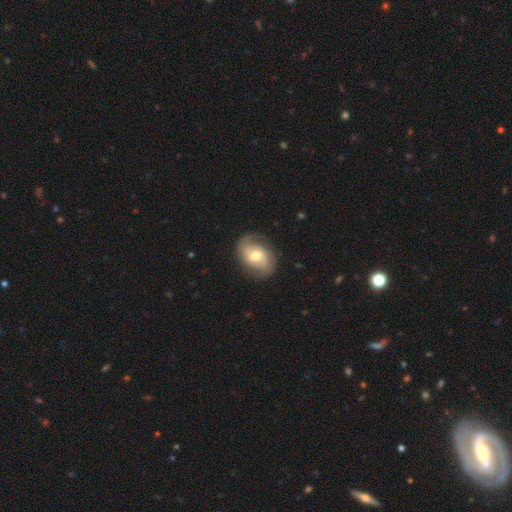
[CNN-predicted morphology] A featured or disk galaxy (61%) with no bar (54%), spiral arms (83%) and a moderate central bulge (68%).

Vote fractions:
- Smooth or featured? featured or disk: 61% / smooth: 33% / star or artifact: 6%
- Edge-on disk? no: 96% / yes: 4%
- Bar? no: 54% / weak: 37% / strong: 9%
- Spiral arms? yes: 83% / no: 17%
- Bulge size? moderate: 68% / small: 20% / large: 9% / dominant: 1% / none: 1%
- Merging? none: 79% / minor disturbance: 14% / major disturbance: 5% / merger: 1%